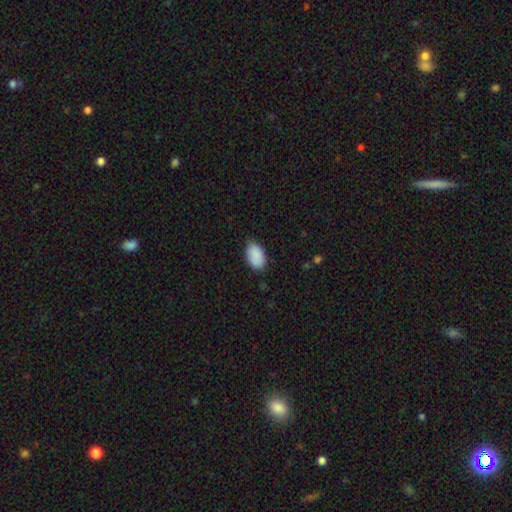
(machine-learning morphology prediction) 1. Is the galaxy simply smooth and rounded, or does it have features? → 89% smooth, 7% star or artifact, 4% featured or disk.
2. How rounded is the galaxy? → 93% in between, 6% round, 1% cigar-shaped.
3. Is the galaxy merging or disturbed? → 78% none, 18% minor disturbance, 3% major disturbance, 1% merger.